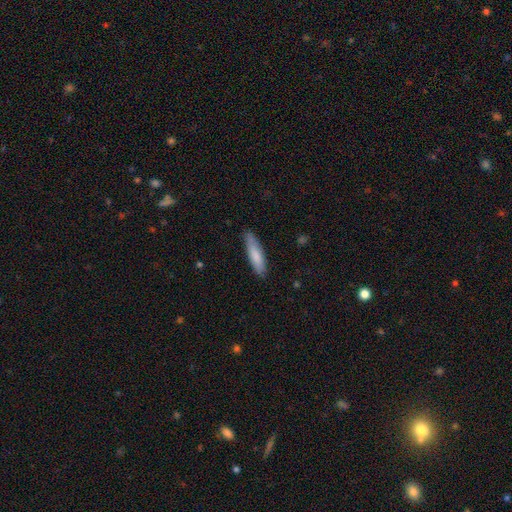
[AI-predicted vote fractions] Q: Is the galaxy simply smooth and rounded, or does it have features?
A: smooth — 81%.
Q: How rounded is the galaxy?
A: cigar-shaped — 72%.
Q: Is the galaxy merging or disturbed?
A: none — 83%.